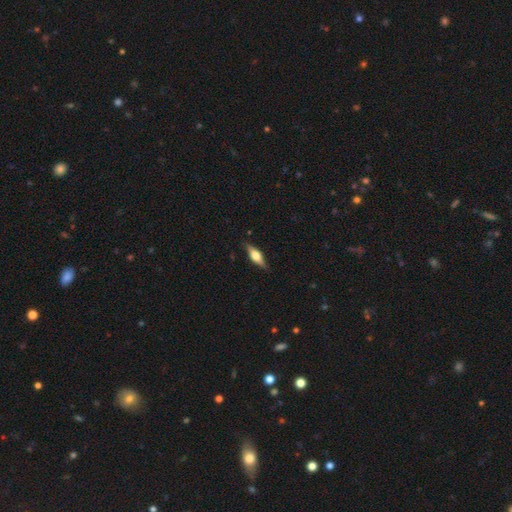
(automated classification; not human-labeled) featured or disk 60%, smooth 34%, star or artifact 6%. Down the decision tree: edge-on disk — yes (94%); edge-on bulge — rounded (90%); merging — none (85%).